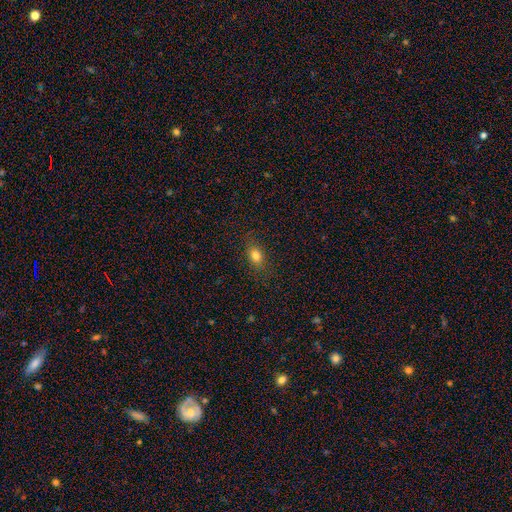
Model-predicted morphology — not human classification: Smooth or featured? Predicted: smooth (p=0.79). How rounded? Predicted: in between (p=0.74). Merging? Predicted: none (p=0.83).